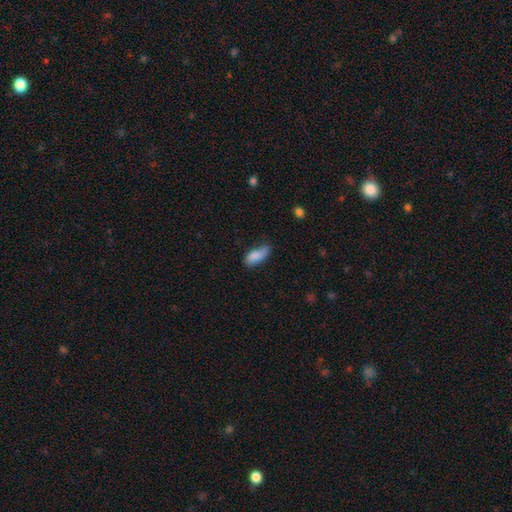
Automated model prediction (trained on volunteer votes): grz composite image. It shows a smooth galaxy with no disk features (82%) that is in between round and cigar-shaped (83%). Merging: none (49%).